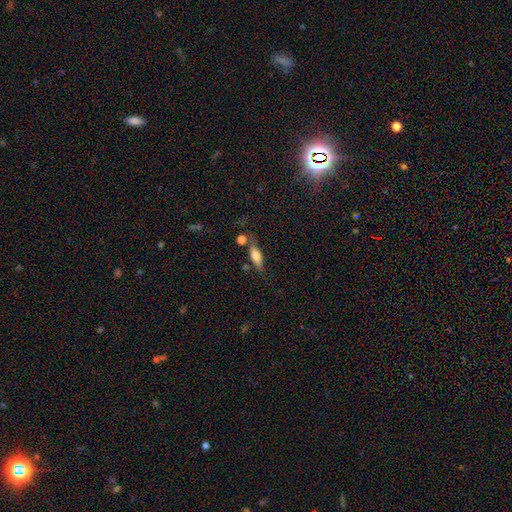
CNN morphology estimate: Smooth or featured? Predicted: smooth (p=0.66). How rounded? Predicted: in between (p=0.57). Merging? Predicted: none (p=0.60).